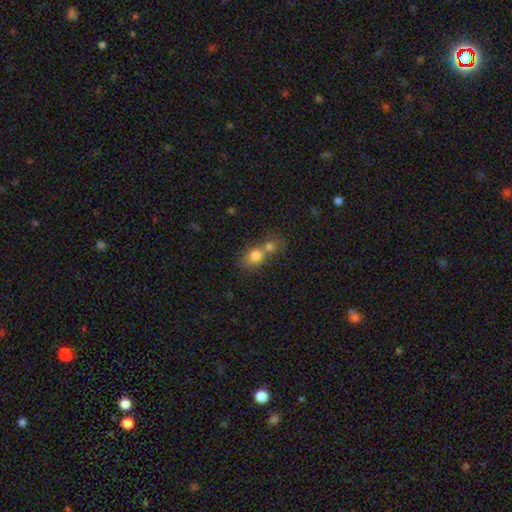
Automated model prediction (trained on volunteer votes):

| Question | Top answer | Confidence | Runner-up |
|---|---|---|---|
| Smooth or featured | smooth | 77% | featured or disk (13%) |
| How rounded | round | 56% | in between (42%) |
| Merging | merger | 63% | none (25%) |